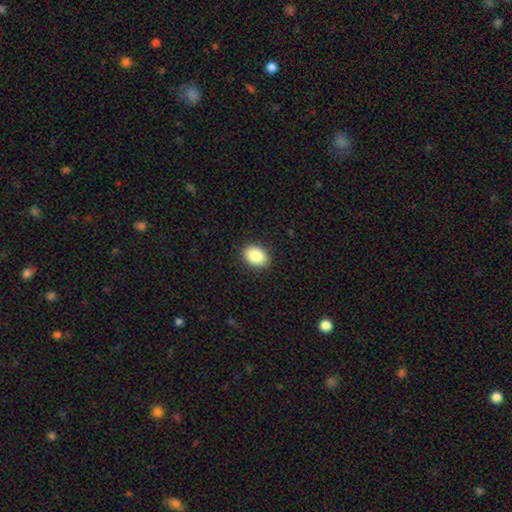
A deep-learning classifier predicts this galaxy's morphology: This is clearly a smooth galaxy (85%). How rounded: likely in between (67%). Merging: clearly none (90%).